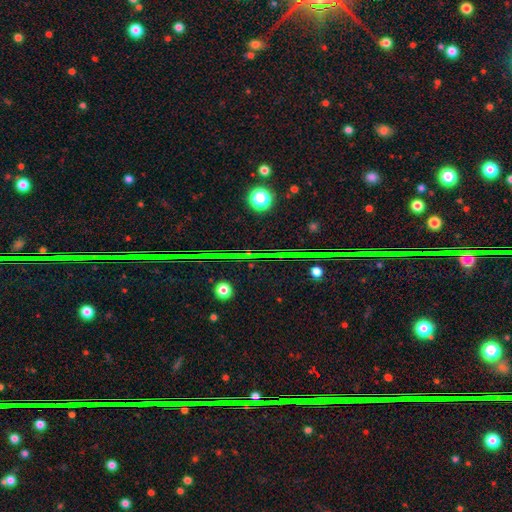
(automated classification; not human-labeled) Overall: star or artifact (81%).